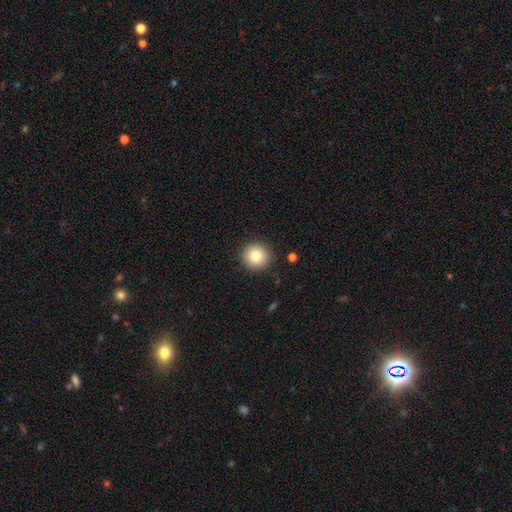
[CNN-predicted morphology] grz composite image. It shows a smooth galaxy with no disk features (84%) that is round (93%). Merging: none (91%).